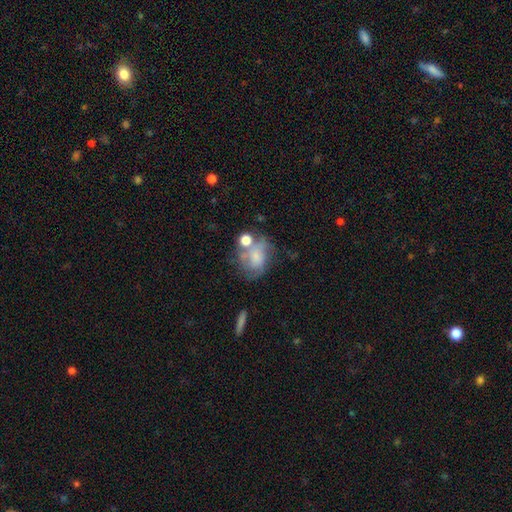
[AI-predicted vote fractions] Smooth or featured?
  - smooth: 49% *
  - featured or disk: 41%
  - star or artifact: 11%
Merging?
  - none: 35% *
  - merger: 24%
  - minor disturbance: 21%
  - major disturbance: 20%